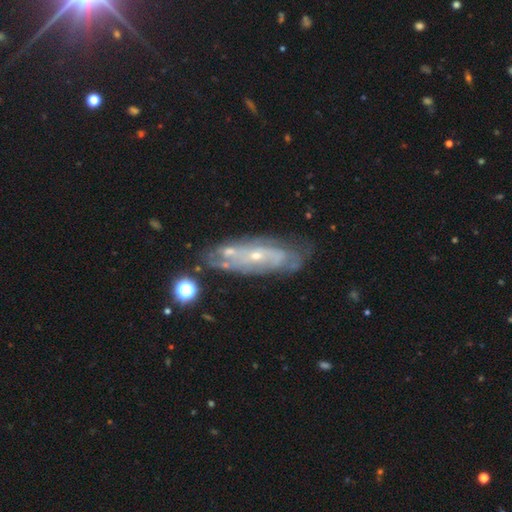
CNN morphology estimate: smooth_or_featured: featured or disk (p=0.79) [alt: smooth p=0.14]
disk_edge_on: no (p=0.83) [alt: yes p=0.17]
bar: no (p=0.68) [alt: weak p=0.24]
has_spiral_arms: yes (p=0.82) [alt: no p=0.18]
spiral_winding: tight (p=0.56) [alt: medium p=0.33]
spiral_arm_count: can't tell (p=0.52) [alt: 2 p=0.26]
bulge_size: small (p=0.73) [alt: moderate p=0.23]
merging: none (p=0.65) [alt: minor disturbance p=0.20]